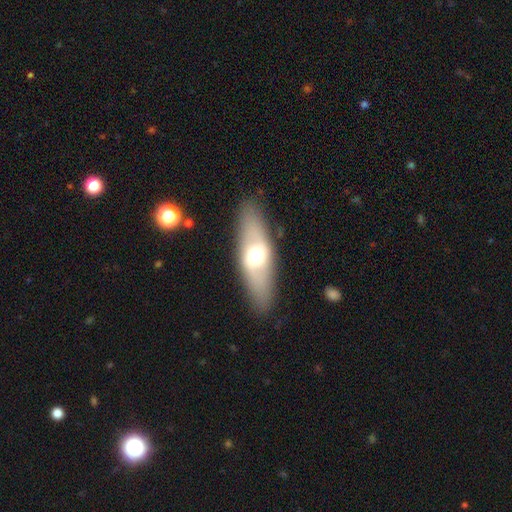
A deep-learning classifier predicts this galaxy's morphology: smooth_or_featured: smooth (p=0.51) [alt: featured or disk p=0.43]
how_rounded: in between (p=0.61) [alt: cigar-shaped p=0.36]
merging: none (p=0.87) [alt: minor disturbance p=0.09]